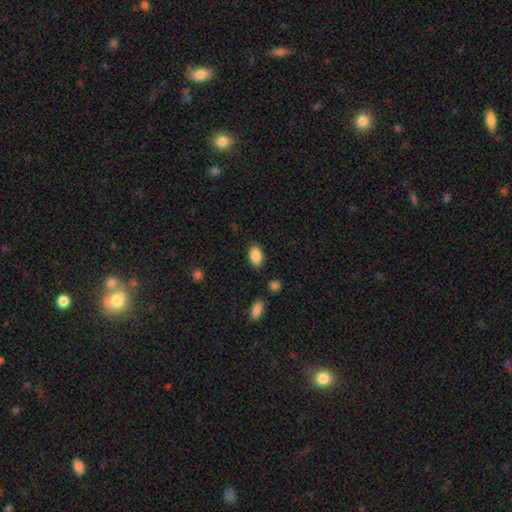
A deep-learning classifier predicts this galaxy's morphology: Smooth or featured? smooth (88%)
How rounded? in between (87%)
Merging? none (85%)